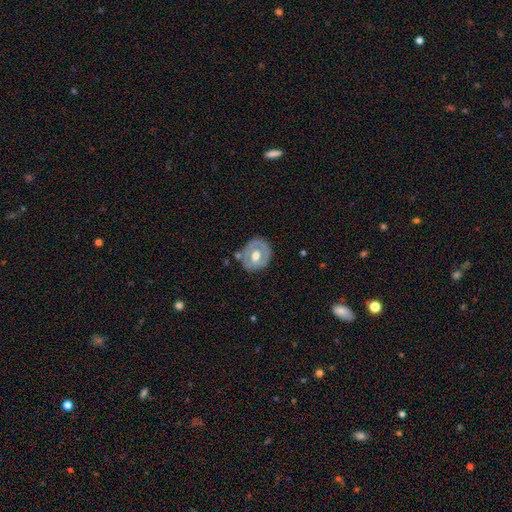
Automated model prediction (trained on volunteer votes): Smooth or featured: featured or disk — 56% (smooth — 38%)
Edge-on disk: no — 95% (yes — 5%)
Bar: no — 66% (weak — 27%)
Spiral arms: no — 72% (yes — 28%)
Bulge size: moderate — 63% (large — 29%)
Merging: none — 70% (minor disturbance — 19%)